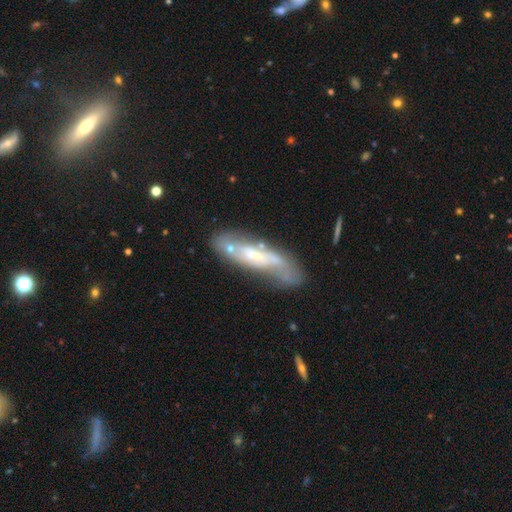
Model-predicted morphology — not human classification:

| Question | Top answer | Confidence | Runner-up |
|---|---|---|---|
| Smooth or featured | featured or disk | 63% | smooth (30%) |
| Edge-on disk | no | 72% | yes (28%) |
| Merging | none | 47% | minor disturbance (24%) |